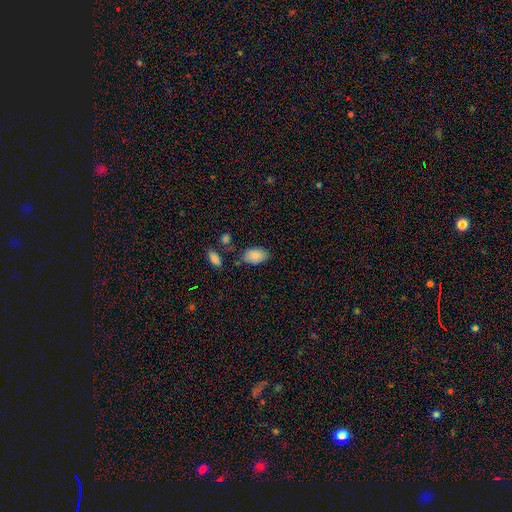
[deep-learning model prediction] smooth-or-featured: smooth: 87% | star or artifact: 7% | featured or disk: 6%
  how-rounded: in between: 93% | round: 6% | cigar-shaped: 2%
  merging: none: 70% | minor disturbance: 21% | merger: 5% | major disturbance: 5%